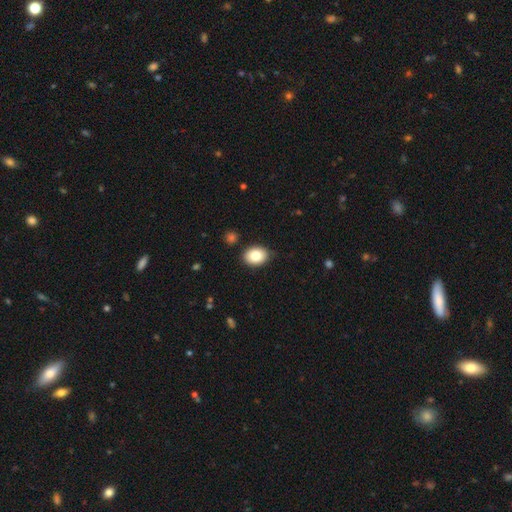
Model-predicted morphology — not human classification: This is clearly a smooth galaxy (82%). How rounded: likely in between (63%). Merging: clearly none (85%).